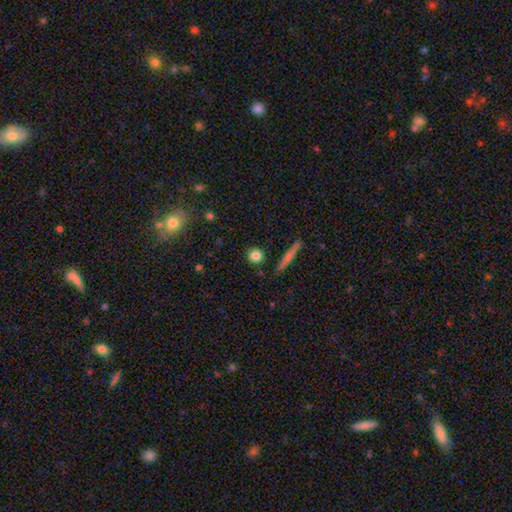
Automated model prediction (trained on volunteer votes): Morphology: type=smooth (82%); roundness=round (89%); merging=none (87%).